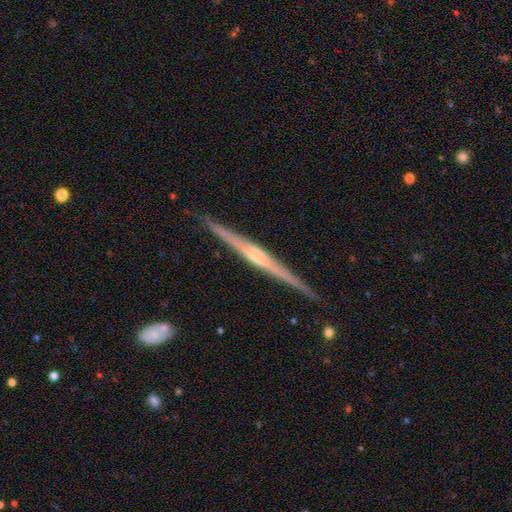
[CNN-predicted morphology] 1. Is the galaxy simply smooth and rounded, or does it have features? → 84% featured or disk, 11% smooth, 5% star or artifact.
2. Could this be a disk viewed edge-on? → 98% yes, 2% no.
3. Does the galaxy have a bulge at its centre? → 62% rounded, 20% none, 18% boxy.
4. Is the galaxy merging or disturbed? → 90% none, 7% minor disturbance, 1% major disturbance, 1% merger.